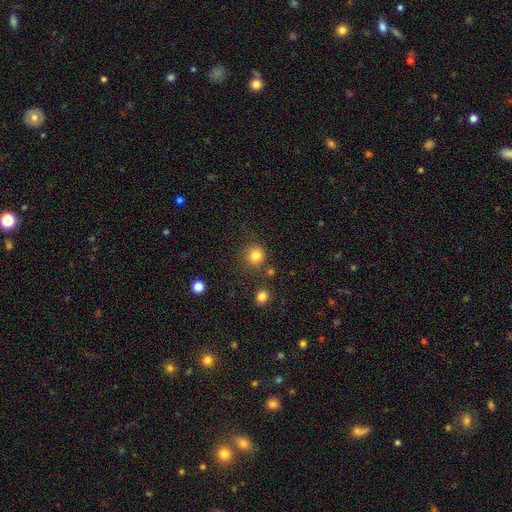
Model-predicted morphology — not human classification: A smooth galaxy with no disk features (81%) that is round (92%). Merging: none (82%).